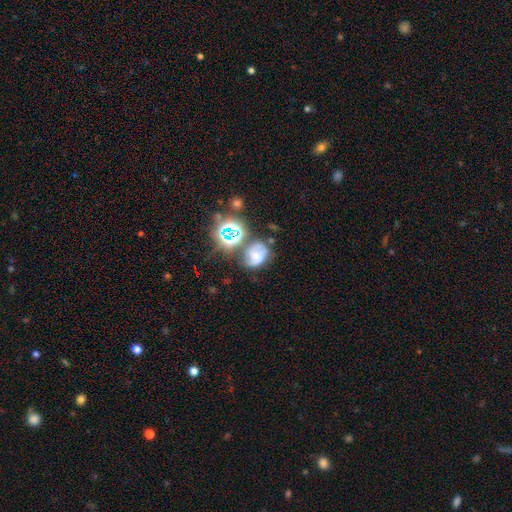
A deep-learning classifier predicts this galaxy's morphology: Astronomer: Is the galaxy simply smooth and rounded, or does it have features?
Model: smooth — 38%, tied with featured or disk at 38%.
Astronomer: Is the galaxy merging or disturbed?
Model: none — 50%.